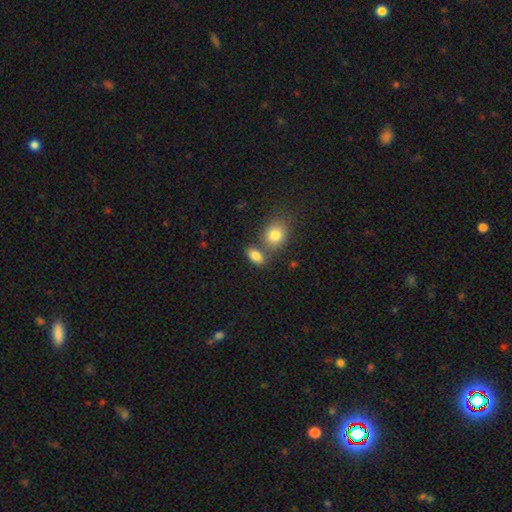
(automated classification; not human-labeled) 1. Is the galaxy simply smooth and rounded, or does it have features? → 83% smooth, 9% star or artifact, 8% featured or disk.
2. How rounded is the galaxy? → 86% in between, 11% round, 3% cigar-shaped.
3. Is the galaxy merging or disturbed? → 59% none, 26% merger, 11% minor disturbance, 4% major disturbance.